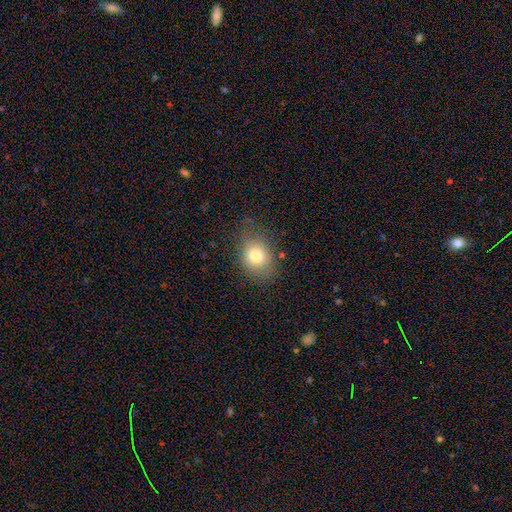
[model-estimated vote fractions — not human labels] Morphology: type=smooth (79%); roundness=in between (64%); merging=none (68%).